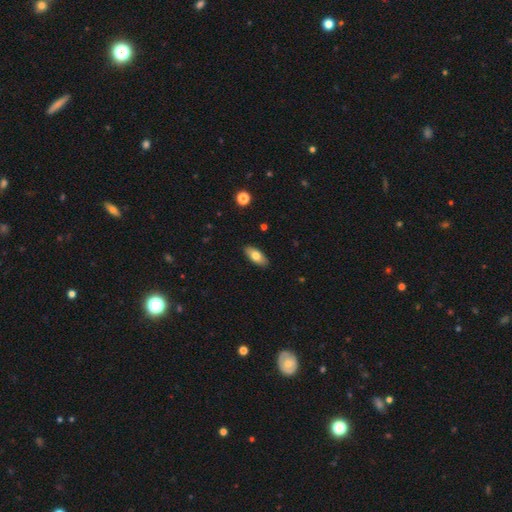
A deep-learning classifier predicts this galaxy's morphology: A smooth galaxy with no disk features (75%) that is in between round and cigar-shaped (86%). Merging: none (89%).